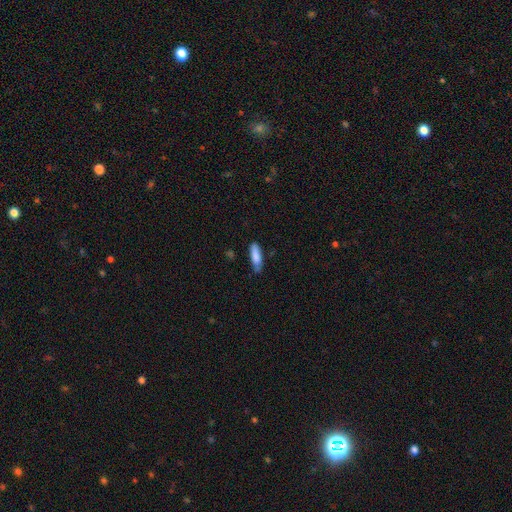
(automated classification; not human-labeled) Smooth or featured: smooth — 84% (featured or disk — 10%)
How rounded: cigar-shaped — 54% (in between — 45%)
Merging: none — 70% (minor disturbance — 24%)